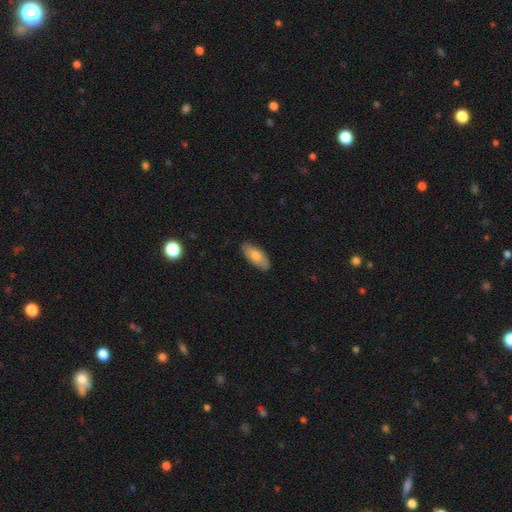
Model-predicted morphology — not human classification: smooth-or-featured: smooth: 78% | featured or disk: 16% | star or artifact: 6%
  how-rounded: in between: 86% | cigar-shaped: 12% | round: 2%
  merging: none: 84% | minor disturbance: 13% | major disturbance: 2% | merger: 1%